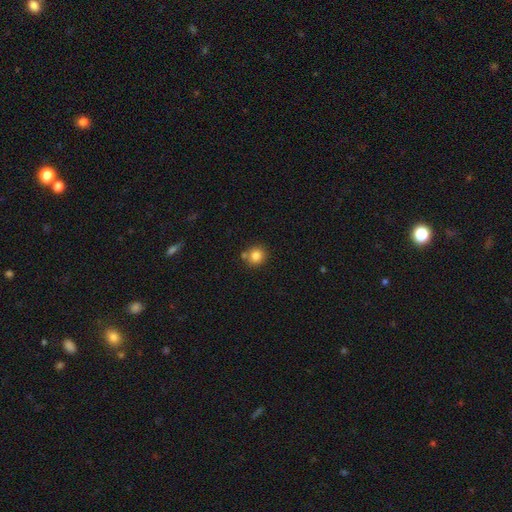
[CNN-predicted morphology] This appears to be a smooth galaxy with no disk features (83%) that is round (89%). Merging: none (71%).